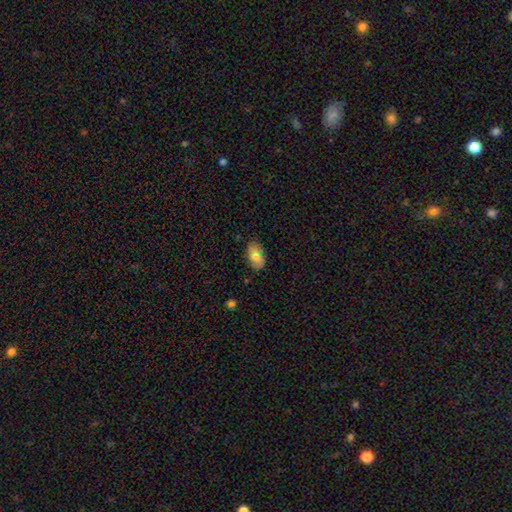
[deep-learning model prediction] Smooth or featured? Predicted: smooth (p=0.77). How rounded? Predicted: in between (p=0.93). Merging? Predicted: none (p=0.79).